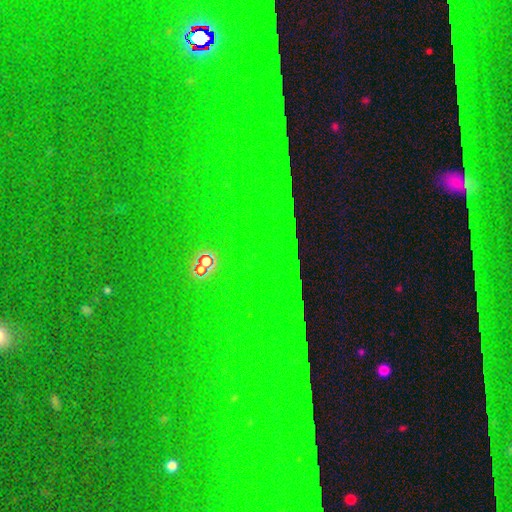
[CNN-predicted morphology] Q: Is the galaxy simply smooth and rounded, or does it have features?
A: star or artifact — 84%.